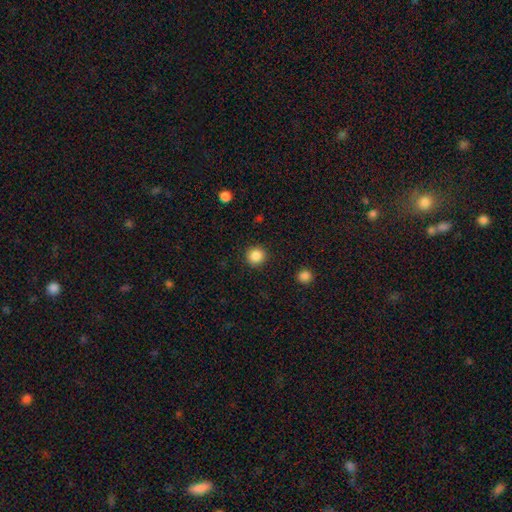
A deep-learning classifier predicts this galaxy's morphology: smooth-or-featured: smooth: 87% | star or artifact: 10% | featured or disk: 3%
  how-rounded: round: 93% | in between: 6% | cigar-shaped: 1%
  merging: none: 92% | minor disturbance: 5% | major disturbance: 2% | merger: 1%